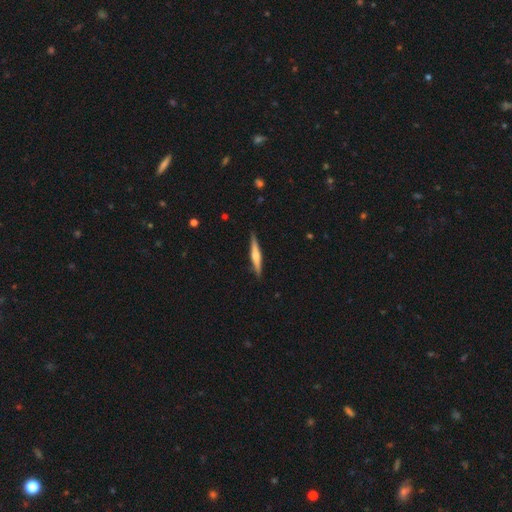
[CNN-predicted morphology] Smooth or featured? Predicted: featured or disk (p=0.60). Edge-on disk? Predicted: yes (p=0.98). Edge-on bulge? Predicted: rounded (p=0.73). Merging? Predicted: none (p=0.90).